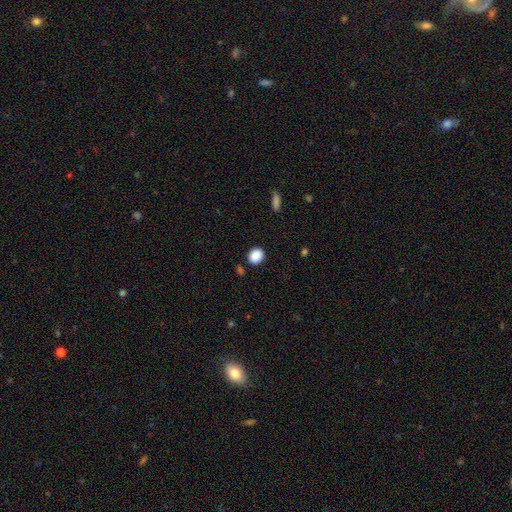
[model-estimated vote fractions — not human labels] Smooth or featured? smooth (89%)
How rounded? round (66%)
Merging? none (87%)